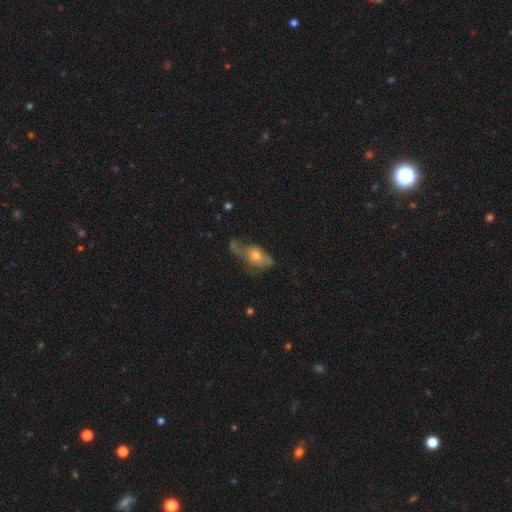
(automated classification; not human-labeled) smooth-or-featured: smooth: 47% | featured or disk: 43% | star or artifact: 10%
  merging: none: 35% | minor disturbance: 30% | major disturbance: 28% | merger: 7%